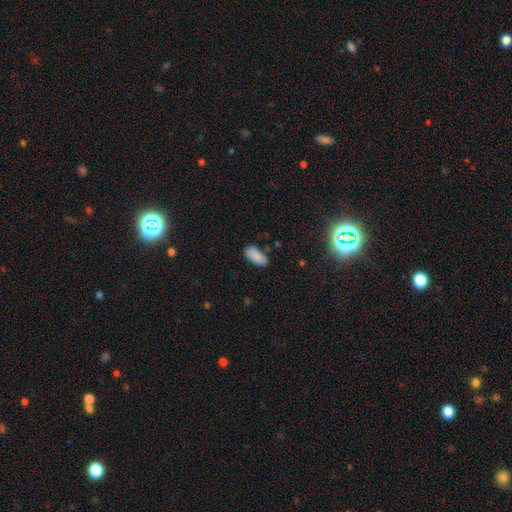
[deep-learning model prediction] Smooth or featured: smooth — 87% (star or artifact — 8%)
How rounded: in between — 90% (cigar-shaped — 8%)
Merging: none — 75% (minor disturbance — 18%)